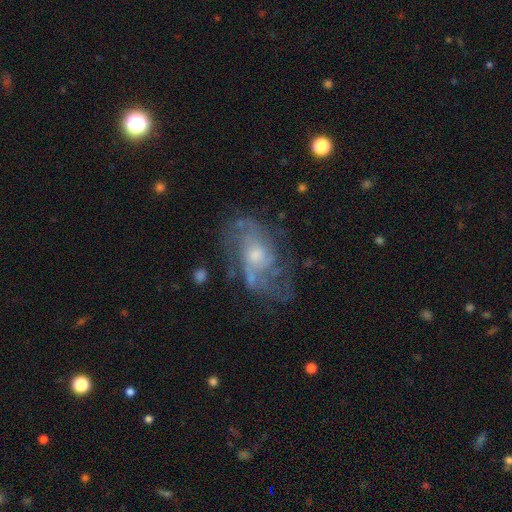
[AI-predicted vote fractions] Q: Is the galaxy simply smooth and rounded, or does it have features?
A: featured or disk — 80%.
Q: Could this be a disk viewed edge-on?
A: no — 96%.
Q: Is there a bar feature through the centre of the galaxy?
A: no — 69%.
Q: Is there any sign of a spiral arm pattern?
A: yes — 87%.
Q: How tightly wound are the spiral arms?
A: medium — 45%.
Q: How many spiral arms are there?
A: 2 — 41%.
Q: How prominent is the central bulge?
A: small — 46%.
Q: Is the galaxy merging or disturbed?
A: none — 59%.